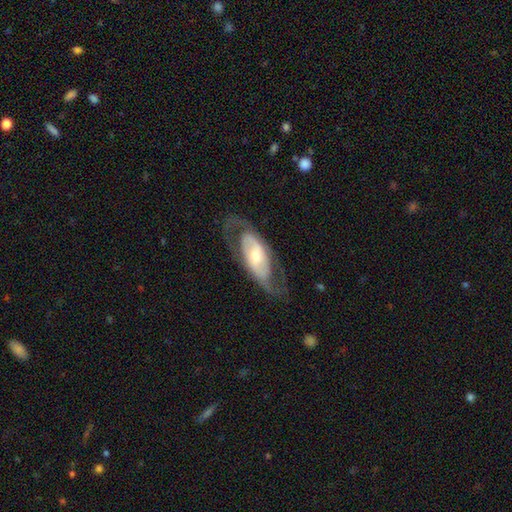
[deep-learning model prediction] This is likely a featured or disk galaxy (75%). It is clearly not viewed edge-on (88%). Bar: marginally no (45%). Spiral arm pattern: likely yes (73%). Central bulge: possibly moderate (52%). Merging: likely none (68%).